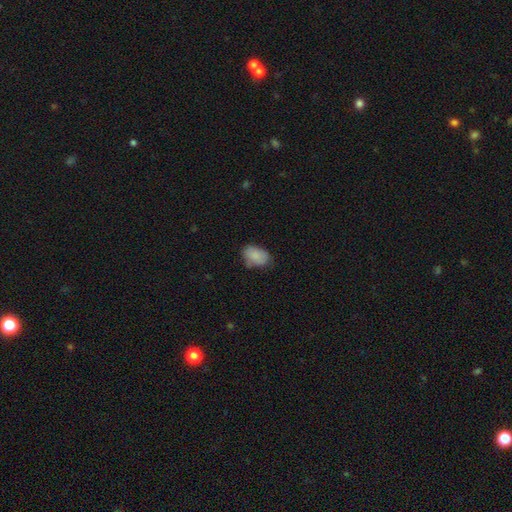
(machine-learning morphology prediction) A smooth galaxy with no disk features (84%) that is in between round and cigar-shaped (85%).

Vote fractions:
- Smooth or featured? smooth: 84% / featured or disk: 8% / star or artifact: 7%
- How rounded? in between: 85% / round: 14% / cigar-shaped: 1%
- Merging? none: 62% / minor disturbance: 28% / major disturbance: 6% / merger: 4%